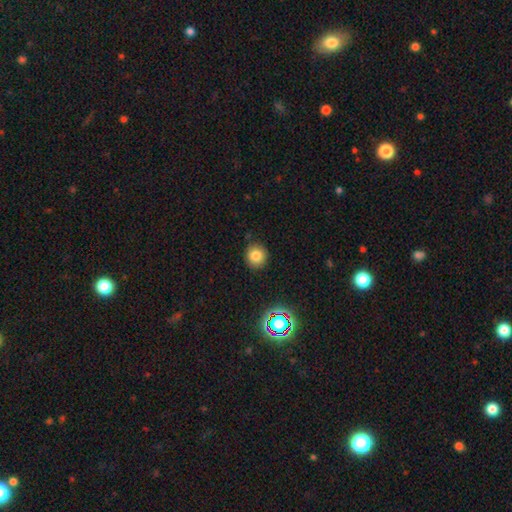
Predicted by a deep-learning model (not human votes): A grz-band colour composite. It shows a smooth galaxy with no disk features (79%) that is round (92%). Merging: none (87%).